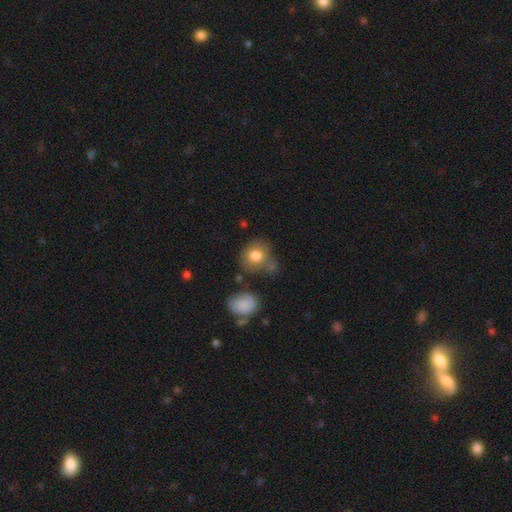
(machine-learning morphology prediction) This is clearly a smooth galaxy (80%). How rounded: likely round (75%). Merging: possibly none (55%).